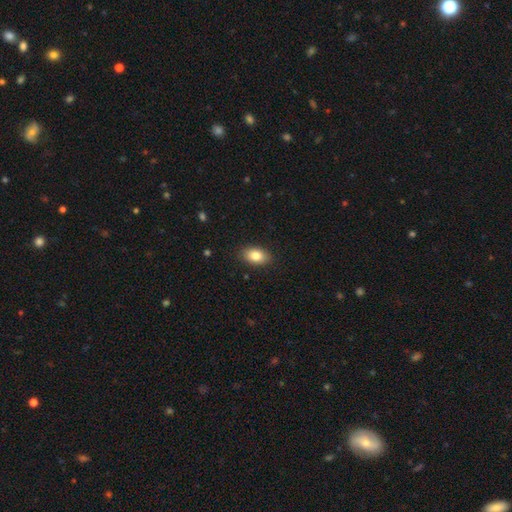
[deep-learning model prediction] Smooth or featured? smooth (84%)
How rounded? in between (89%)
Merging? none (88%)